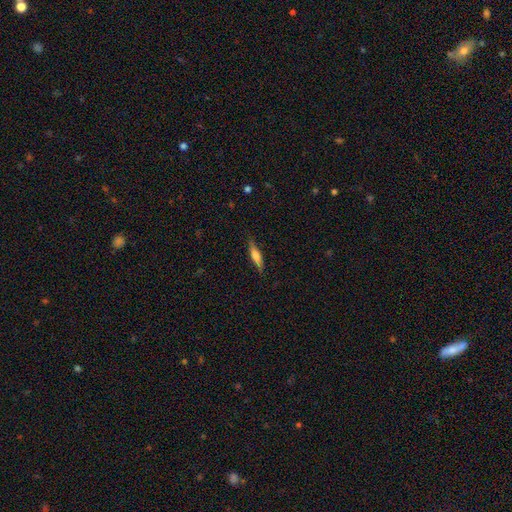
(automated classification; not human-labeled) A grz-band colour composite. It shows a smooth galaxy with no disk features (60%) that is cigar-shaped (76%). Merging: none (83%).